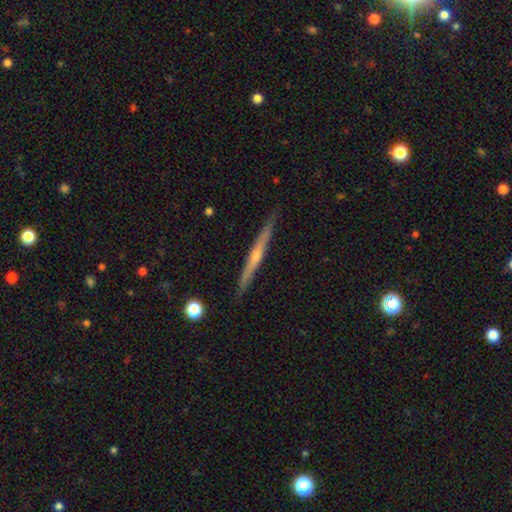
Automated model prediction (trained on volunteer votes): smooth_or_featured: featured or disk (p=0.70) [alt: smooth p=0.24]
disk_edge_on: yes (p=0.98) [alt: no p=0.02]
edge_on_bulge: rounded (p=0.67) [alt: none p=0.30]
merging: none (p=0.90) [alt: minor disturbance p=0.08]